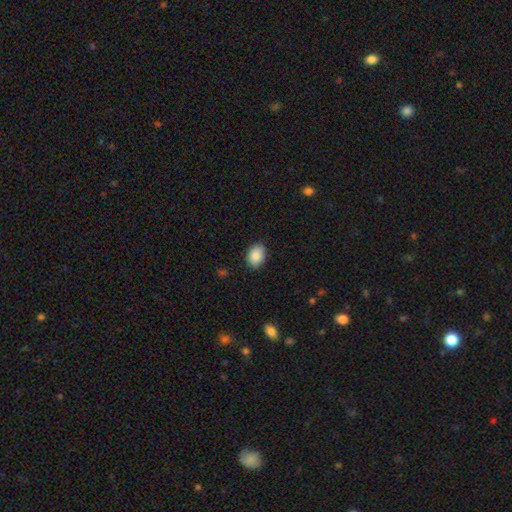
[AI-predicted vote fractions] smooth 89%, star or artifact 7%, featured or disk 4%. Down the decision tree: how rounded — in between (82%); merging — none (88%).